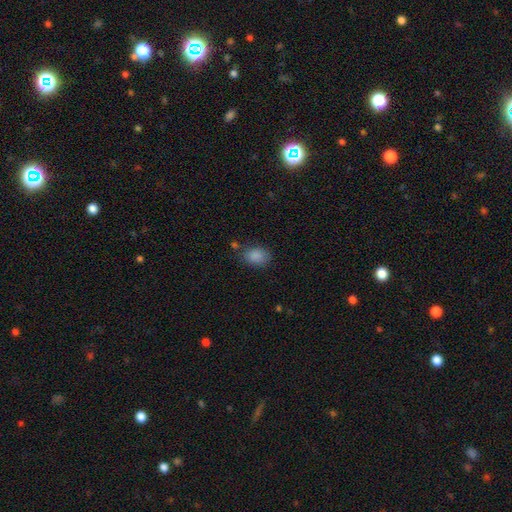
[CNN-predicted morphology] The model was most divided on "how rounded": in between: 72%, round: 26%, cigar-shaped: 1%. More confident: smooth or featured — smooth (87%); merging — none (75%).